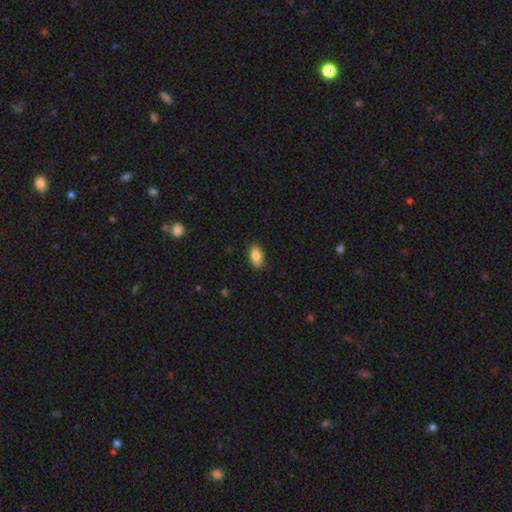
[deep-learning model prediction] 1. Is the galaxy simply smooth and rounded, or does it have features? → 85% smooth, 8% featured or disk, 7% star or artifact.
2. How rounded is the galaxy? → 91% in between, 5% cigar-shaped, 4% round.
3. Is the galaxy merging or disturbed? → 86% none, 11% minor disturbance, 2% major disturbance, 1% merger.